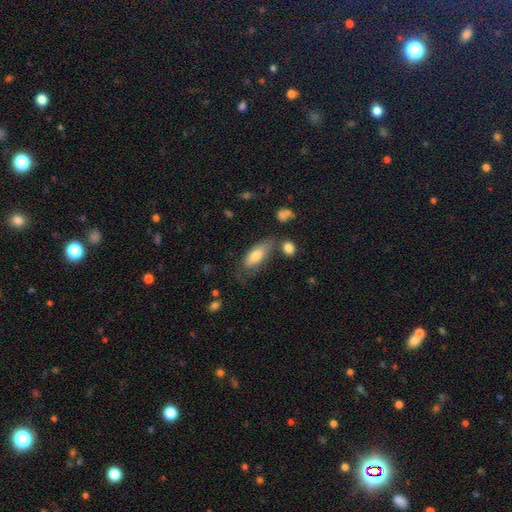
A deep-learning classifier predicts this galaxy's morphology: Smooth or featured?
  - smooth: 73% *
  - featured or disk: 20%
  - star or artifact: 7%
How rounded?
  - in between: 79% *
  - cigar-shaped: 19%
  - round: 2%
Merging?
  - none: 45% *
  - minor disturbance: 29%
  - major disturbance: 16%
  - merger: 10%